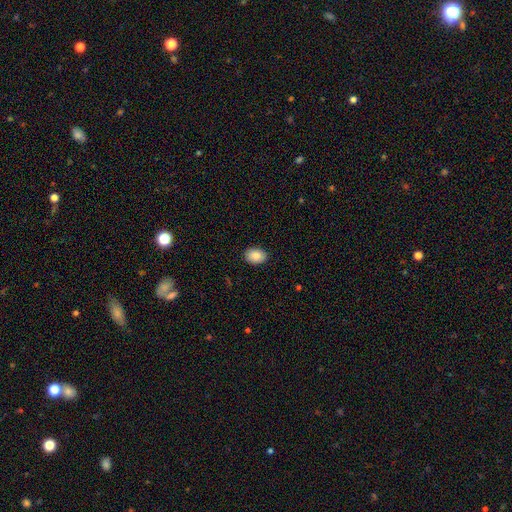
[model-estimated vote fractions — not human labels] smooth-or-featured: smooth: 88% | star or artifact: 7% | featured or disk: 5%
  how-rounded: in between: 80% | round: 19% | cigar-shaped: 1%
  merging: none: 90% | minor disturbance: 7% | major disturbance: 2% | merger: 1%